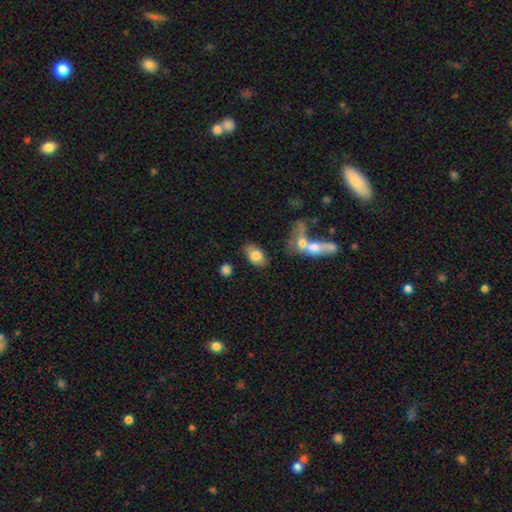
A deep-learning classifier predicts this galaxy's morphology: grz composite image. It shows a smooth galaxy with no disk features (77%) that is in between round and cigar-shaped (87%). Merging: none (67%).